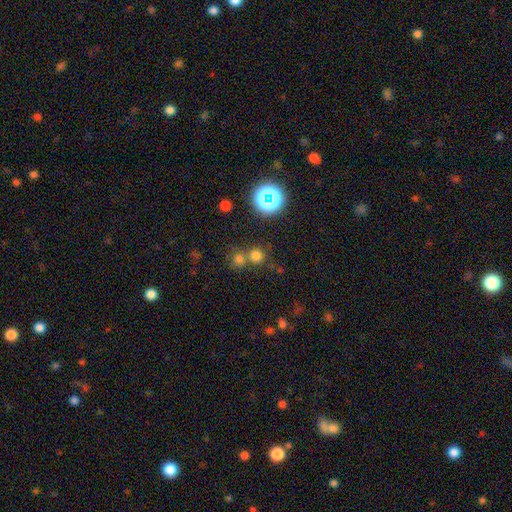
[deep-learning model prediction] Smooth or featured: smooth — 66% (star or artifact — 27%)
How rounded: round — 91% (in between — 8%)
Merging: none — 60% (merger — 30%)